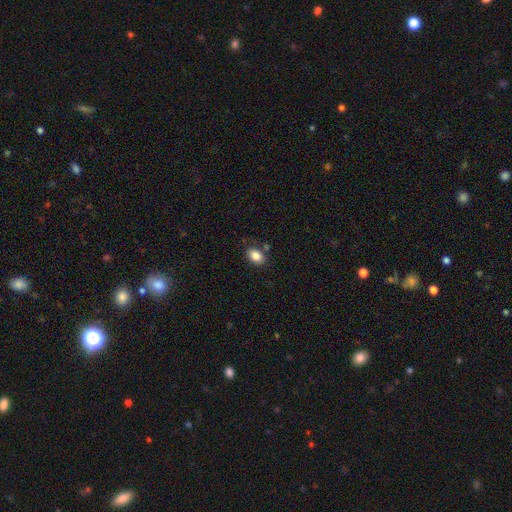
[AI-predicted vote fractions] Smooth or featured?
  - smooth: 84% *
  - star or artifact: 9%
  - featured or disk: 7%
How rounded?
  - in between: 81% *
  - round: 18%
  - cigar-shaped: 1%
Merging?
  - none: 76% *
  - minor disturbance: 14%
  - merger: 6%
  - major disturbance: 4%